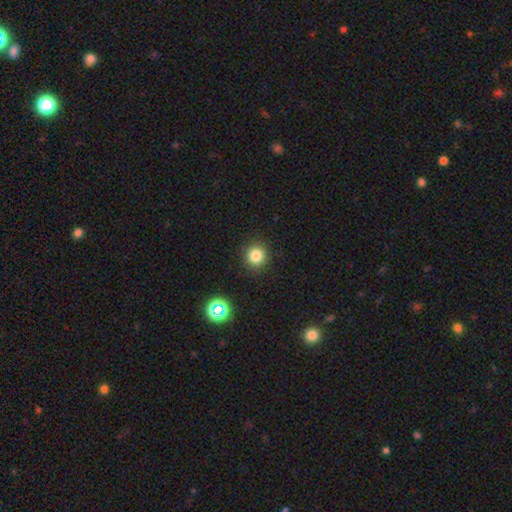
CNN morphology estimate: Overall: smooth (81%). How rounded: round (92%). Merging: none (90%).